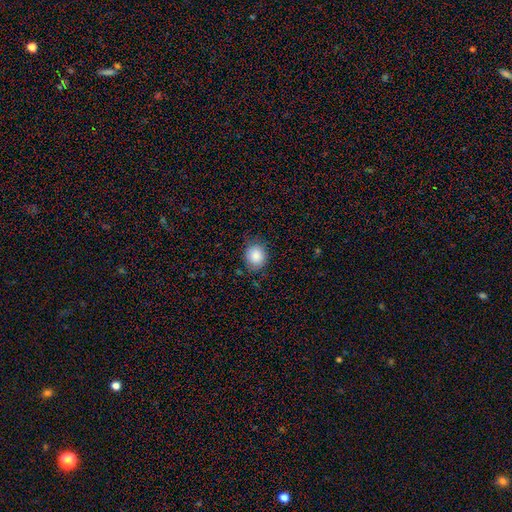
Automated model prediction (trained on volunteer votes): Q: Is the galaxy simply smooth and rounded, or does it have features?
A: smooth — 86%.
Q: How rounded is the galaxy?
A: round — 70%.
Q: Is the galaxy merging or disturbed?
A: none — 78%.